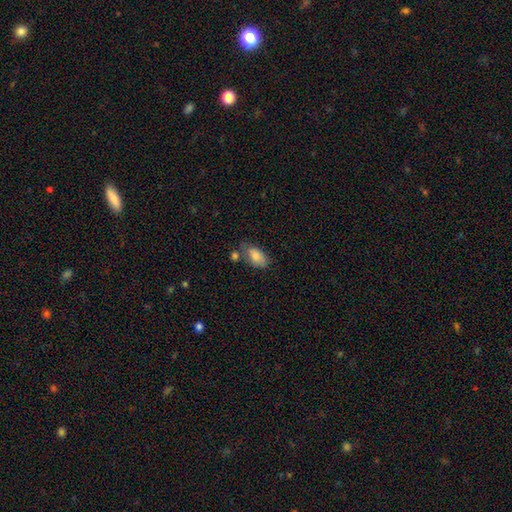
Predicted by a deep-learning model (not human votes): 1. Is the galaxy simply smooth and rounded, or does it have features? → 83% smooth, 9% featured or disk, 7% star or artifact.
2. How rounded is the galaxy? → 92% in between, 5% round, 3% cigar-shaped.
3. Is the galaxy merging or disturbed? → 55% none, 24% minor disturbance, 14% merger, 7% major disturbance.